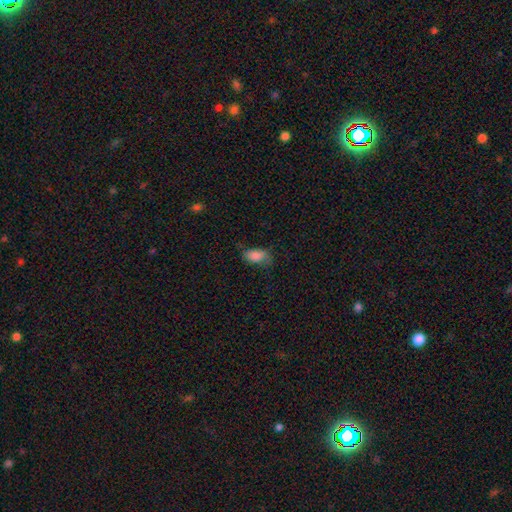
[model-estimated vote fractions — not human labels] smooth 82%, featured or disk 9%, star or artifact 8%. Down the decision tree: how rounded — in between (92%); merging — none (53%).